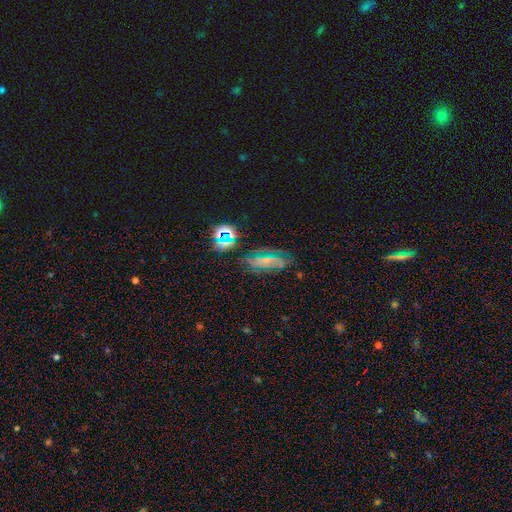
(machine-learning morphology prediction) featured or disk 43%, star or artifact 29%, smooth 28%. Down the decision tree: merging — none (71%).